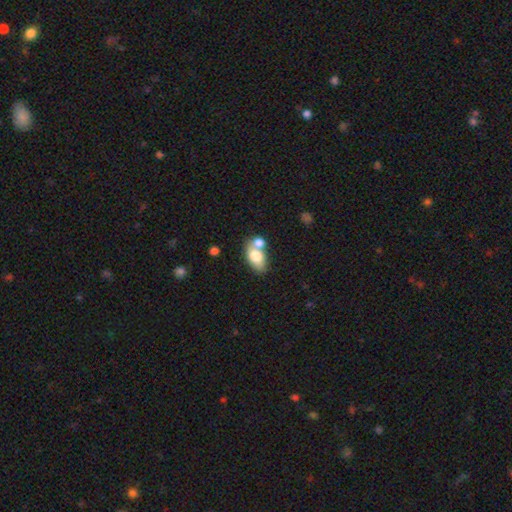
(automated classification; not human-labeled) smooth 74%, featured or disk 18%, star or artifact 8%. Down the decision tree: how rounded — in between (88%); merging — merger (43%).